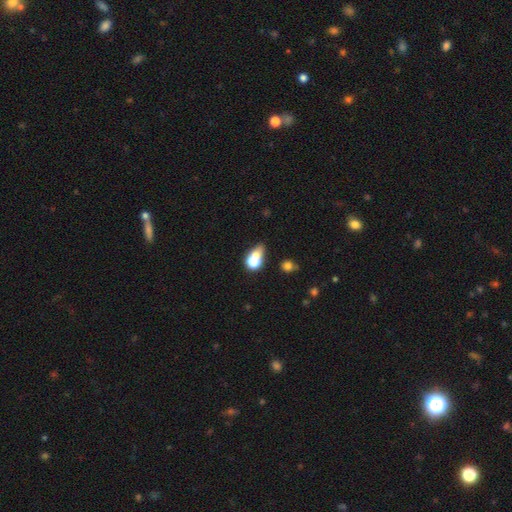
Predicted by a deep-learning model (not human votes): Smooth or featured: smooth — 67% (featured or disk — 18%)
How rounded: in between — 50% (round — 46%)
Merging: merger — 46% (none — 30%)